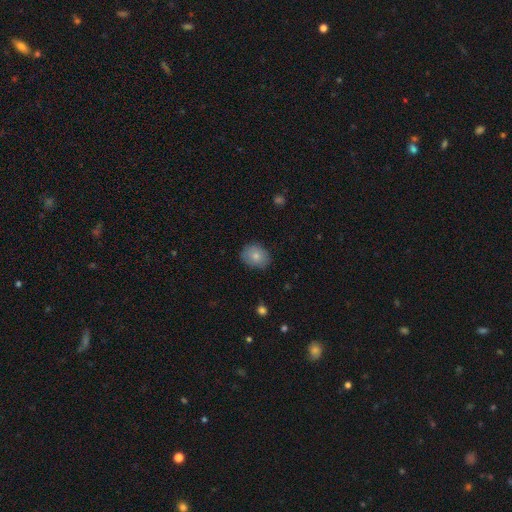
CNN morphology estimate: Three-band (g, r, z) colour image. It shows a smooth galaxy with no disk features (79%) that is in between round and cigar-shaped (50%). Merging: none (83%).